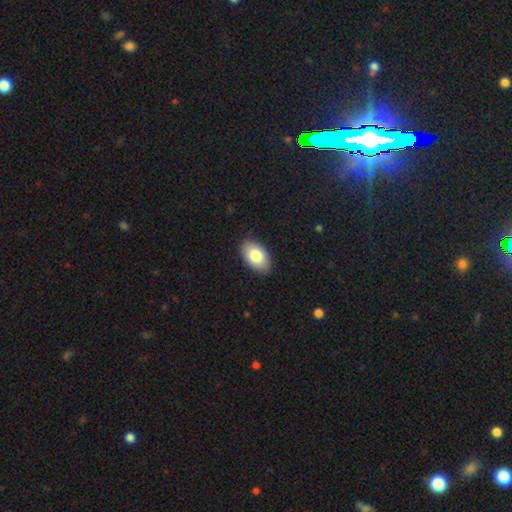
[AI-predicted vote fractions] smooth 82%, featured or disk 12%, star or artifact 7%. Down the decision tree: how rounded — in between (93%); merging — none (88%).